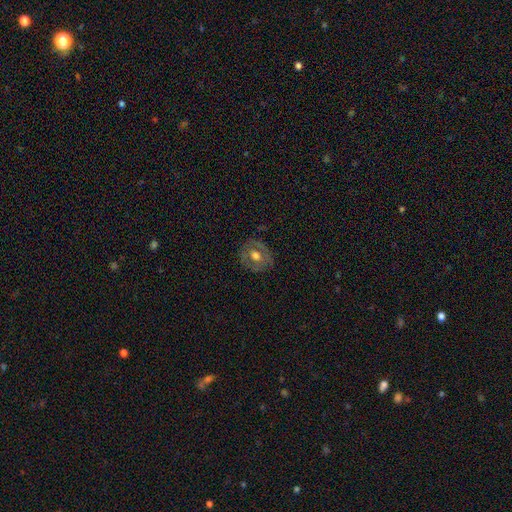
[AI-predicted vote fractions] Morphology: type=featured or disk (50%); merging=none (79%).